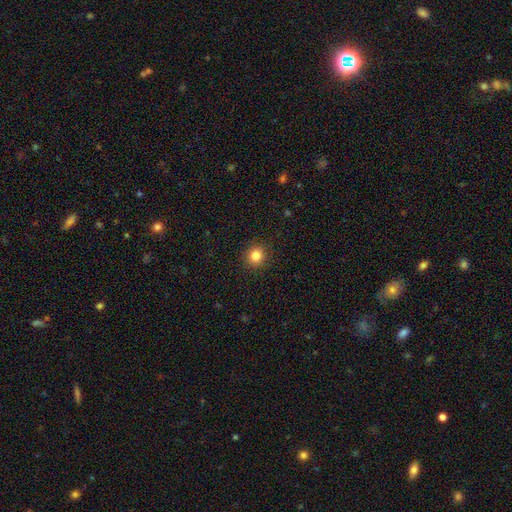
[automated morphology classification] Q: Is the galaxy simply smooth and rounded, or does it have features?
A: smooth — 84%.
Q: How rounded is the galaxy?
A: round — 90%.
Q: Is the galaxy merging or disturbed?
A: none — 91%.